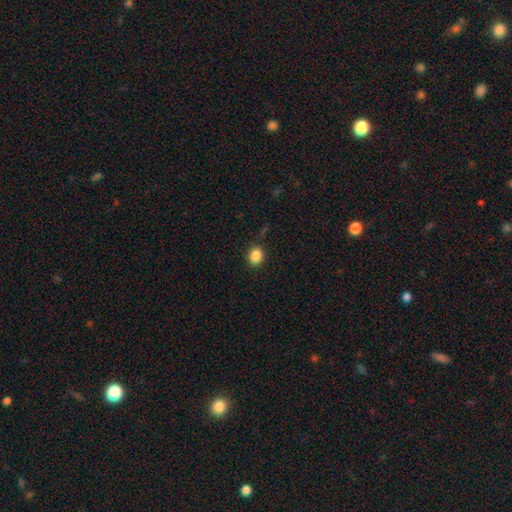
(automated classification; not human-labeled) smooth-or-featured: smooth: 87% | star or artifact: 10% | featured or disk: 4%
  how-rounded: round: 61% | in between: 38% | cigar-shaped: 1%
  merging: none: 86% | minor disturbance: 10% | major disturbance: 3% | merger: 2%